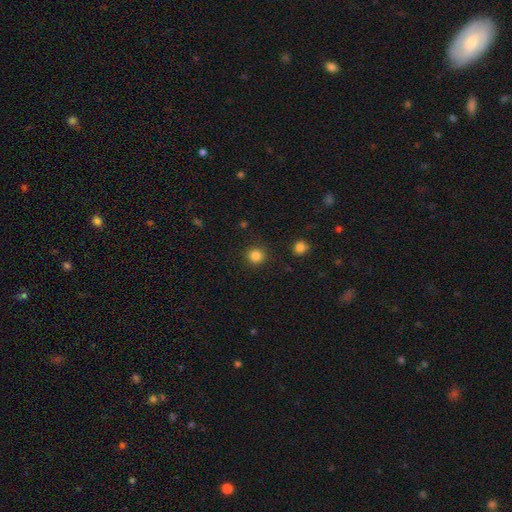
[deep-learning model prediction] Morphology: type=smooth (84%); roundness=round (94%); merging=none (90%).